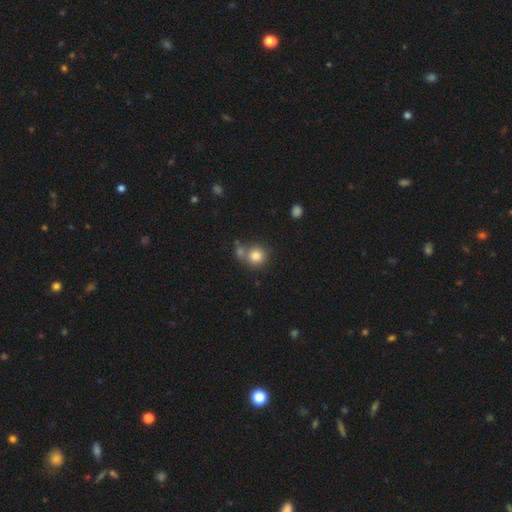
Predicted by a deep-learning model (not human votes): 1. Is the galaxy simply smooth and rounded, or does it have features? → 81% smooth, 11% star or artifact, 8% featured or disk.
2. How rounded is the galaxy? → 90% round, 9% in between, 1% cigar-shaped.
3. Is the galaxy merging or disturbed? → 57% none, 28% merger, 10% minor disturbance, 4% major disturbance.